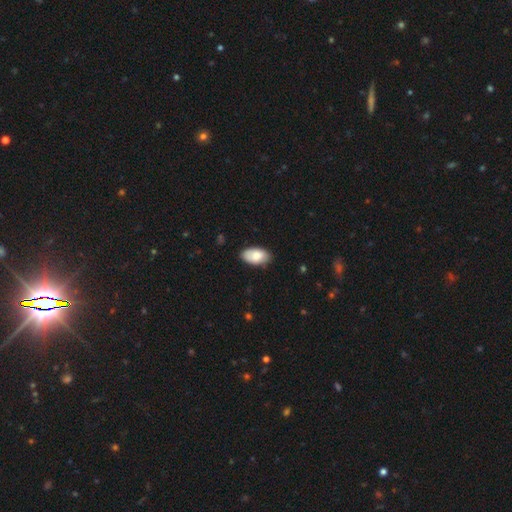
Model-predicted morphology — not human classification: smooth-or-featured: smooth: 83% | featured or disk: 11% | star or artifact: 6%
  how-rounded: in between: 95% | round: 3% | cigar-shaped: 2%
  merging: none: 81% | minor disturbance: 16% | major disturbance: 2% | merger: 1%